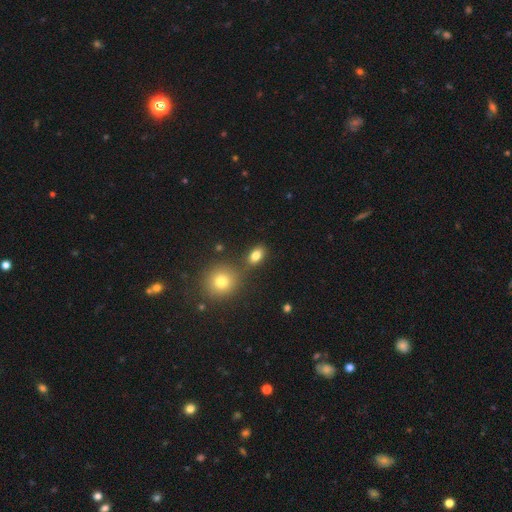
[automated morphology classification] Smooth or featured? Predicted: smooth (p=0.80). How rounded? Predicted: in between (p=0.82). Merging? Predicted: none (p=0.74).